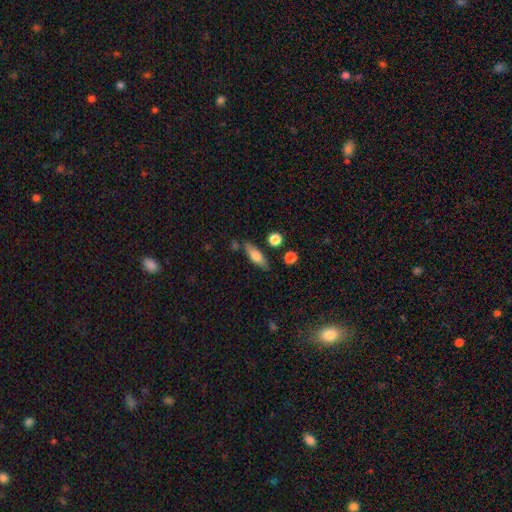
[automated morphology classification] A smooth galaxy with no disk features (62%) that is cigar-shaped (49%). Merging: none (78%).